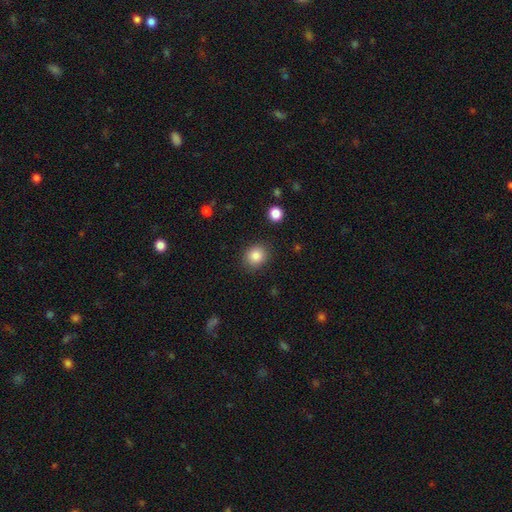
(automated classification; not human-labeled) smooth 85%, star or artifact 10%, featured or disk 5%. Down the decision tree: how rounded — round (74%); merging — none (88%).